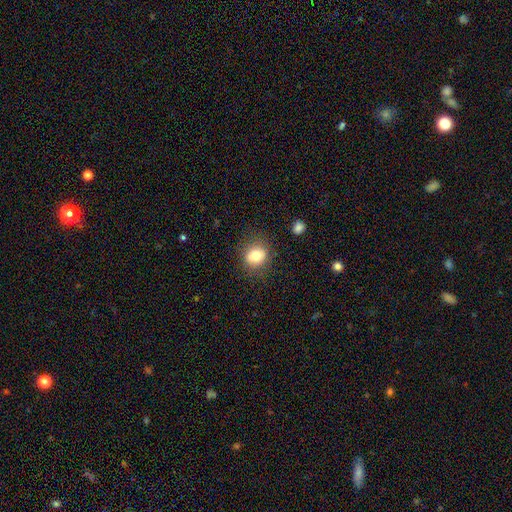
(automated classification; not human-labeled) smooth_or_featured: smooth (p=0.77) [alt: featured or disk p=0.12]
how_rounded: round (p=0.74) [alt: in between p=0.25]
merging: none (p=0.81) [alt: minor disturbance p=0.12]